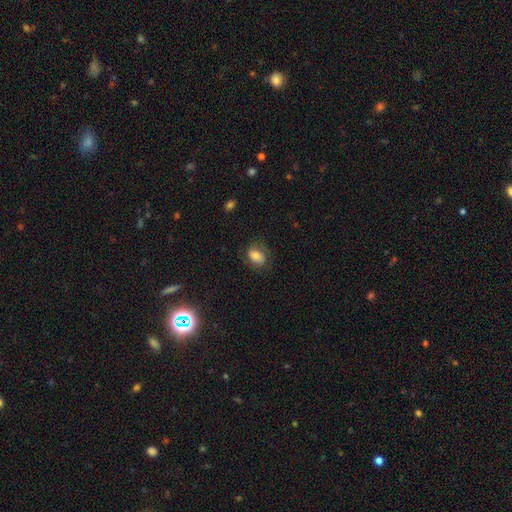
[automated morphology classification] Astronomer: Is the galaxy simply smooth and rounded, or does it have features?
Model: smooth — 70%.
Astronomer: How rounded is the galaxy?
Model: in between — 70%.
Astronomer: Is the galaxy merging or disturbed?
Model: none — 70%.